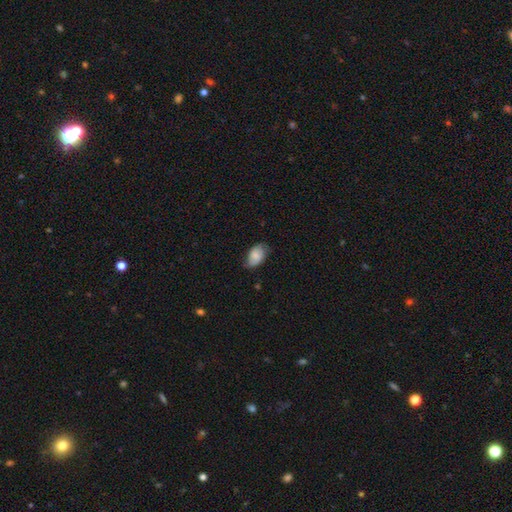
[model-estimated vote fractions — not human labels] smooth_or_featured: smooth (p=0.71) [alt: featured or disk p=0.21]
how_rounded: in between (p=0.89) [alt: round p=0.09]
merging: none (p=0.59) [alt: minor disturbance p=0.32]